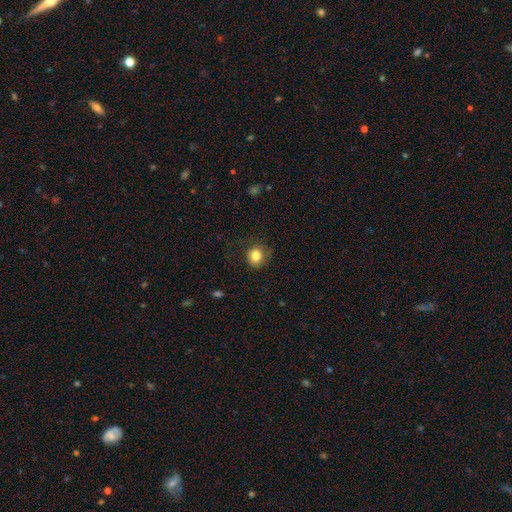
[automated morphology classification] This appears to be a smooth galaxy with no disk features (82%) that is round (83%). Merging: none (76%).